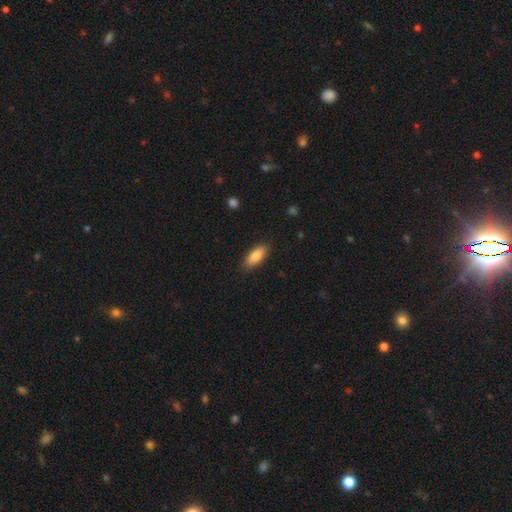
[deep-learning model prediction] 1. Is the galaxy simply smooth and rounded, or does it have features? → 85% smooth, 9% featured or disk, 6% star or artifact.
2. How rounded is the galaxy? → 74% in between, 24% cigar-shaped, 2% round.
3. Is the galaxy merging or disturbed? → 88% none, 9% minor disturbance, 2% major disturbance, 1% merger.